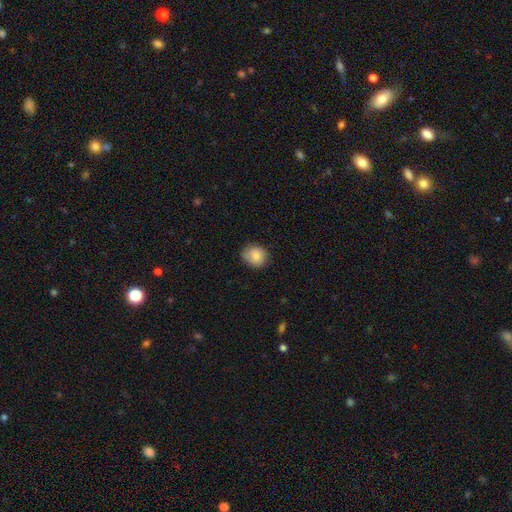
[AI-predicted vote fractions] Smooth or featured? smooth (81%)
How rounded? round (73%)
Merging? none (71%)